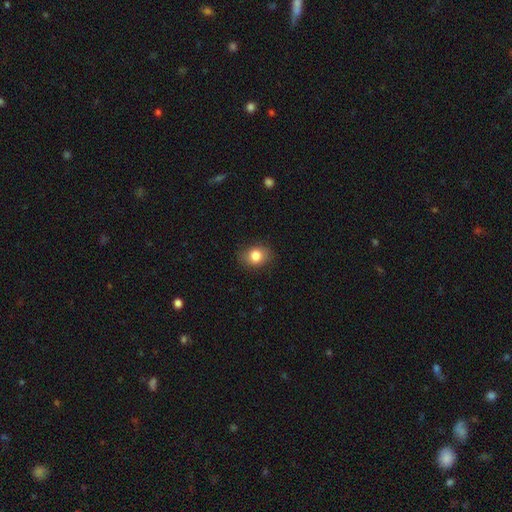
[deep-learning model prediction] Smooth or featured? Predicted: smooth (p=0.82). How rounded? Predicted: in between (p=0.53). Merging? Predicted: none (p=0.82).